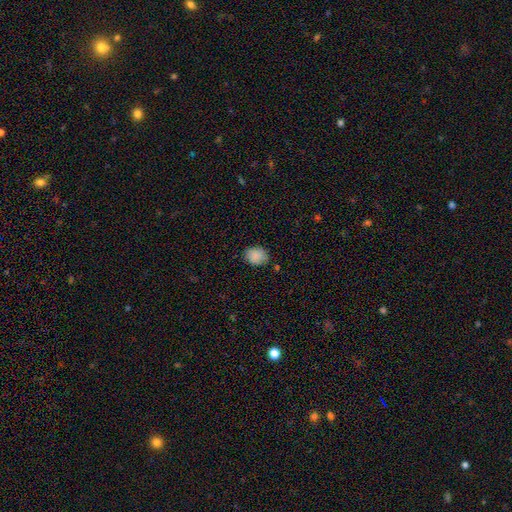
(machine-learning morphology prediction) Smooth or featured: smooth — 87% (star or artifact — 8%)
How rounded: in between — 52% (round — 48%)
Merging: none — 75% (minor disturbance — 20%)